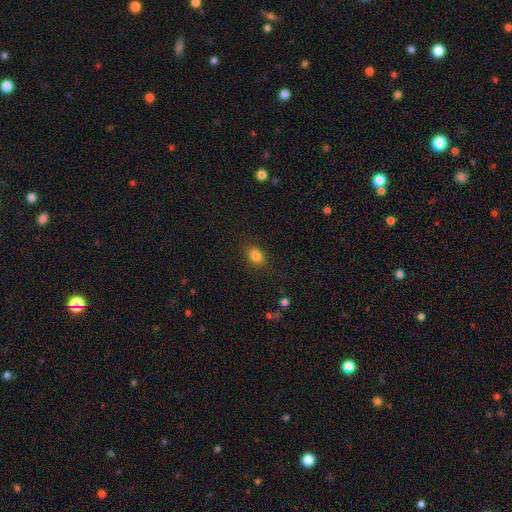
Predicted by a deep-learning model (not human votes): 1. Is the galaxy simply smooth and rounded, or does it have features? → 84% smooth, 11% star or artifact, 5% featured or disk.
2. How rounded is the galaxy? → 52% in between, 47% round, 1% cigar-shaped.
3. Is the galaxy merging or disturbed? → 86% none, 10% minor disturbance, 3% major disturbance, 1% merger.